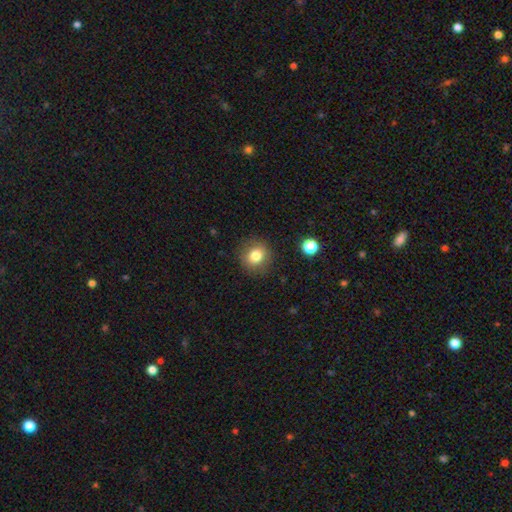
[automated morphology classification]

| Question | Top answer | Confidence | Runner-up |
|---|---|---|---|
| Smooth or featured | smooth | 80% | star or artifact (11%) |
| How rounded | round | 86% | in between (13%) |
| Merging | none | 88% | minor disturbance (8%) |